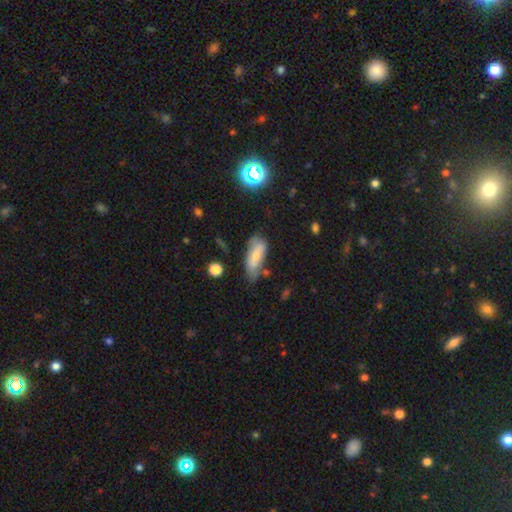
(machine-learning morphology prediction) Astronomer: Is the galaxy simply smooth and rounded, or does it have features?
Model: smooth — 66%.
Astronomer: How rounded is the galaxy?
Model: in between — 73%.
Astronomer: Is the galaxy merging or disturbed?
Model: none — 47% (runner-up: minor disturbance, 33%).